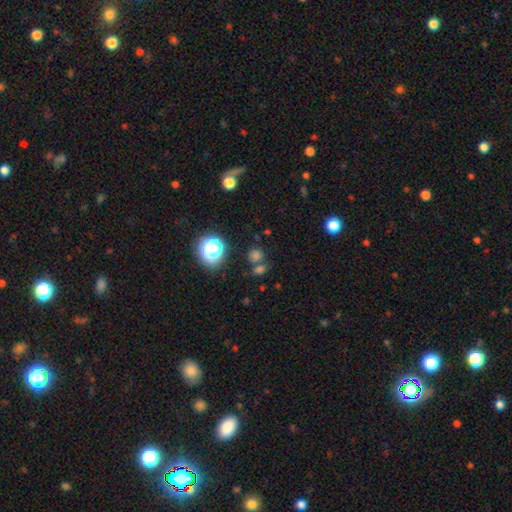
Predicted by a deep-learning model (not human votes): The model was most divided on "smooth or featured": smooth: 66%, star or artifact: 27%, featured or disk: 7%. More confident: how rounded — round (84%); merging — none (63%).